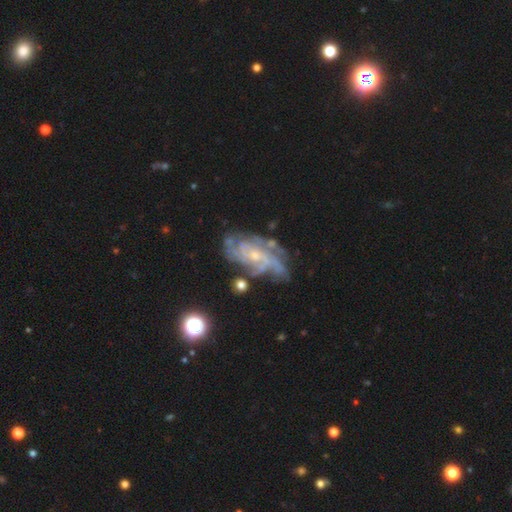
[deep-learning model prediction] This is clearly a featured or disk galaxy (85%). It is clearly not viewed edge-on (95%). Bar: likely no (65%). Spiral arm pattern: clearly yes (95%). Spiral arm count: marginally can't tell (32%). Spiral winding: possibly tight (53%). Central bulge: likely small (71%). Merging: likely none (64%).